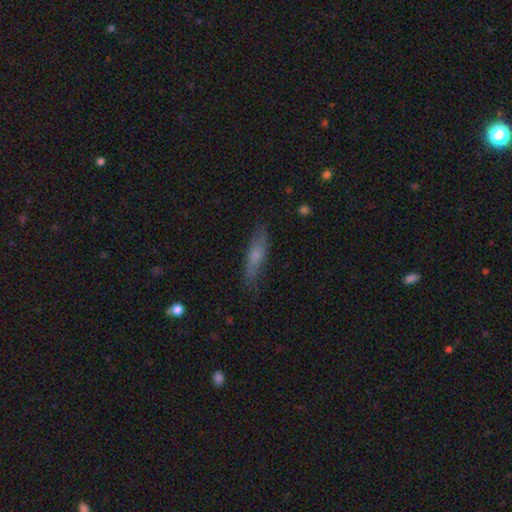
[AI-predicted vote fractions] Smooth or featured? Predicted: smooth (p=0.60). How rounded? Predicted: cigar-shaped (p=0.75). Merging? Predicted: none (p=0.79).